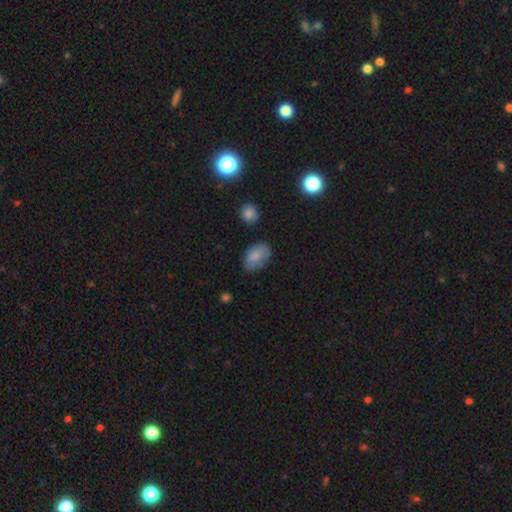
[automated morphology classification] smooth-or-featured: smooth: 81% | featured or disk: 12% | star or artifact: 7%
  how-rounded: in between: 89% | round: 10% | cigar-shaped: 1%
  merging: none: 70% | minor disturbance: 22% | major disturbance: 5% | merger: 3%